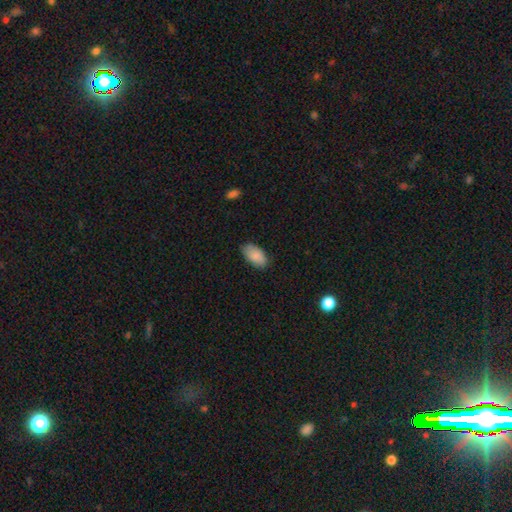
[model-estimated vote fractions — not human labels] Morphology: type=smooth (87%); roundness=in between (94%); merging=none (79%).